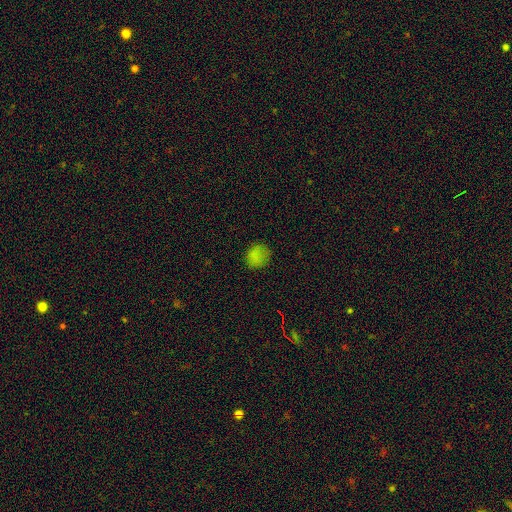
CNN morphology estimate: Smooth or featured: smooth — 78% (star or artifact — 17%)
How rounded: round — 70% (in between — 29%)
Merging: none — 78% (minor disturbance — 16%)